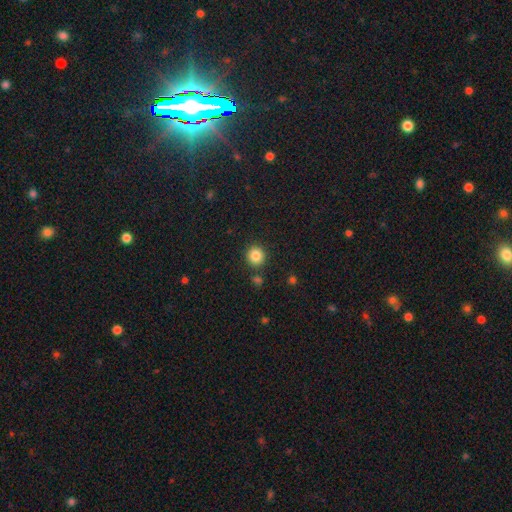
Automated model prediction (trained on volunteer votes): This is clearly a smooth galaxy (85%). How rounded: clearly round (90%). Merging: clearly none (87%).